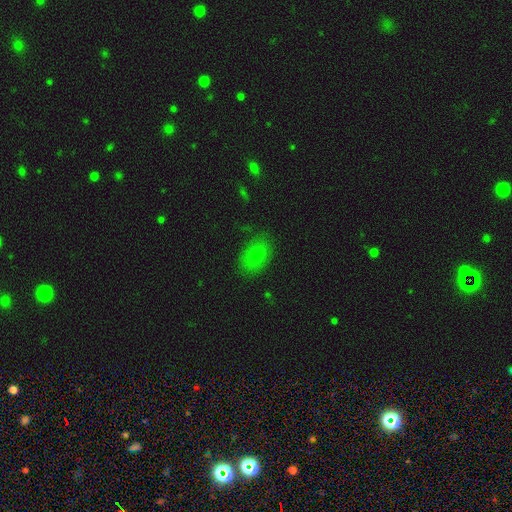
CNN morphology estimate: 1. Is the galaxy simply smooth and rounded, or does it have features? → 72% smooth, 16% featured or disk, 11% star or artifact.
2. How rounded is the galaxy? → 81% in between, 18% round, 2% cigar-shaped.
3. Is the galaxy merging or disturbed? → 77% none, 16% minor disturbance, 5% major disturbance, 2% merger.